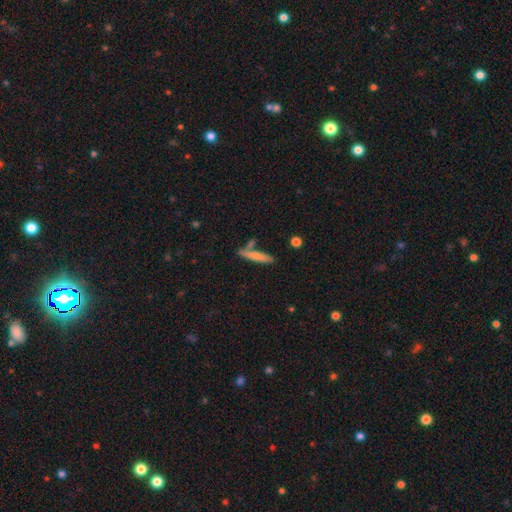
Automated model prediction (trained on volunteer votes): A smooth galaxy with no disk features (73%) that is cigar-shaped (88%).

Vote fractions:
- Smooth or featured? smooth: 73% / featured or disk: 21% / star or artifact: 7%
- How rounded? cigar-shaped: 88% / in between: 10% / round: 2%
- Merging? none: 69% / merger: 14% / minor disturbance: 14% / major disturbance: 4%